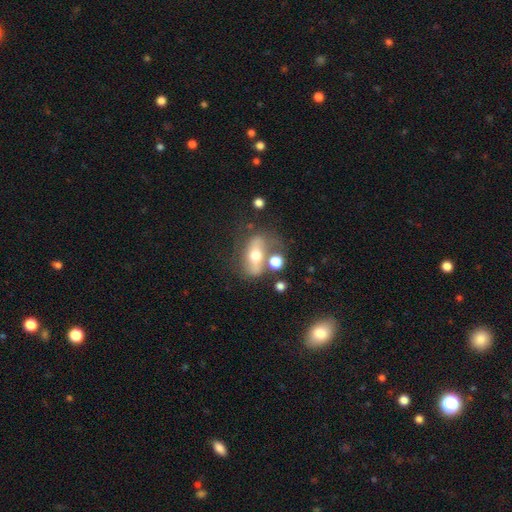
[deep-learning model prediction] Smooth or featured? Predicted: featured or disk (p=0.48). Merging? Predicted: none (p=0.53).